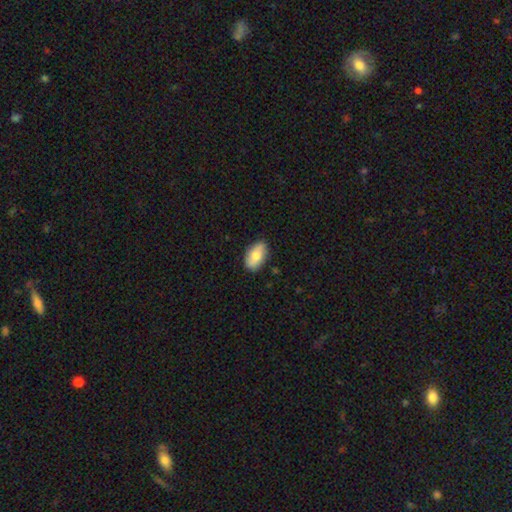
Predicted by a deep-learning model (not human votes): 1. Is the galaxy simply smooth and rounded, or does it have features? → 72% smooth, 21% featured or disk, 7% star or artifact.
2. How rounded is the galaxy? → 92% in between, 5% round, 3% cigar-shaped.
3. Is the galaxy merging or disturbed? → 84% none, 13% minor disturbance, 2% major disturbance, 1% merger.